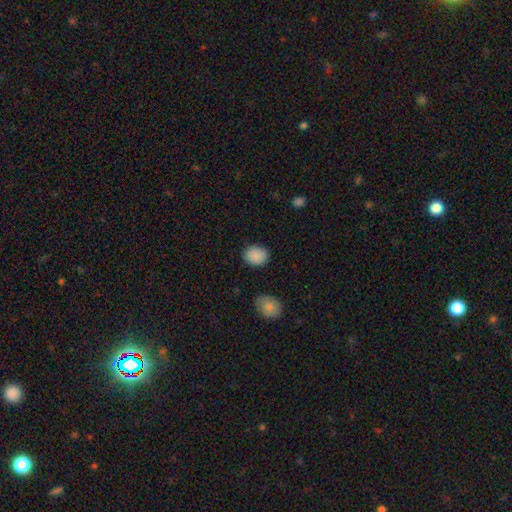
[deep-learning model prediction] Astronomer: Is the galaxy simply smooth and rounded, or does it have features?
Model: smooth — 89%.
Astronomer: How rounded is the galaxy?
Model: in between — 50% (runner-up: round, 49%).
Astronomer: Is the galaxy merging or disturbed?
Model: none — 85%.